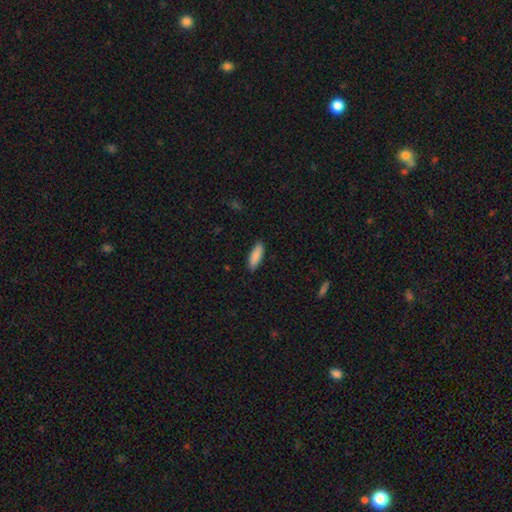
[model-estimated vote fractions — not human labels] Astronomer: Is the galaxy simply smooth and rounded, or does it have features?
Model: smooth — 88%.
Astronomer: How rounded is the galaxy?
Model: in between — 59% (runner-up: cigar-shaped, 39%).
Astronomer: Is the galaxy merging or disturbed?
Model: none — 88%.